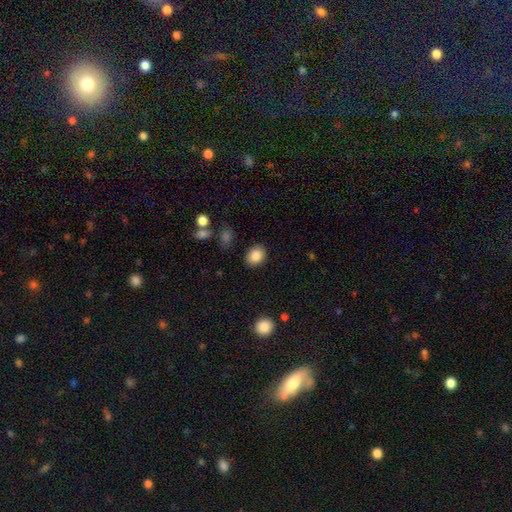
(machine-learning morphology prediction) type=smooth (85%); roundness=in between (62%); merging=none (87%).